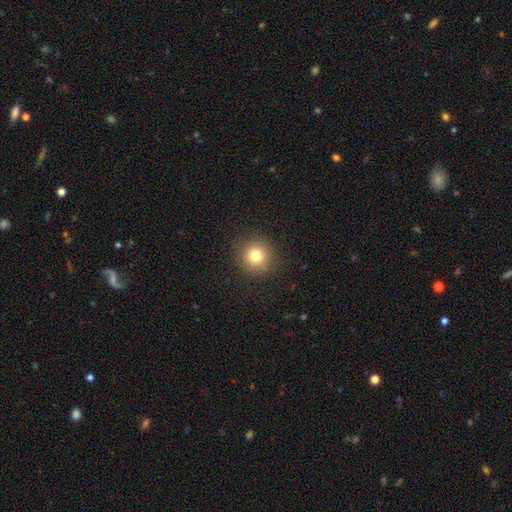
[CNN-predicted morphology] Smooth or featured: smooth — 79% (star or artifact — 12%)
How rounded: round — 94% (in between — 5%)
Merging: none — 90% (minor disturbance — 6%)